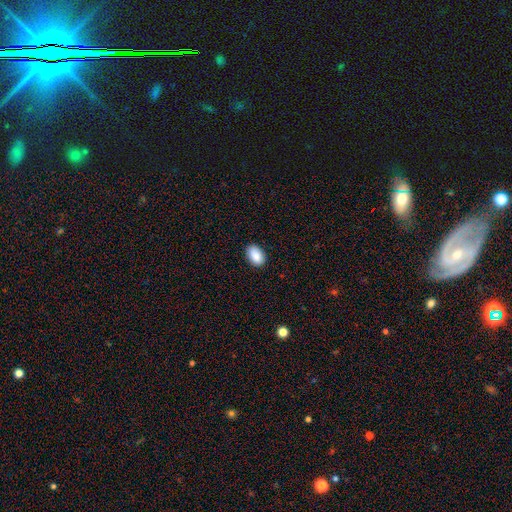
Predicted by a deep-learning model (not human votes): smooth_or_featured: smooth (p=0.89) [alt: star or artifact p=0.07]
how_rounded: in between (p=0.89) [alt: round p=0.10]
merging: none (p=0.88) [alt: minor disturbance p=0.10]